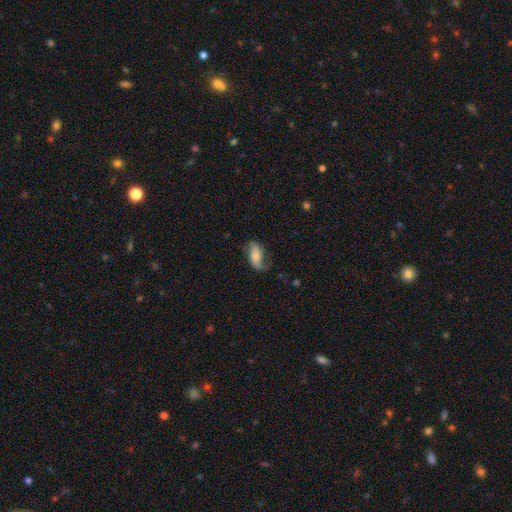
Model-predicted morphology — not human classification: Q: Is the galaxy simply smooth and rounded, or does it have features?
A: featured or disk — 56%.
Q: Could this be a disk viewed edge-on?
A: no — 91%.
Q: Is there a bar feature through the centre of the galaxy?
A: no — 59%.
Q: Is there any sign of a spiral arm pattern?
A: yes — 85%.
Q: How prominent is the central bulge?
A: moderate — 53%.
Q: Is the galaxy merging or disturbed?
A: none — 64%.